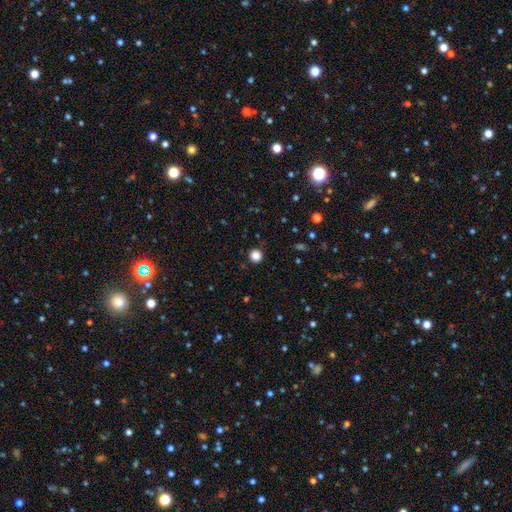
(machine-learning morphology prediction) Smooth or featured? smooth (85%)
How rounded? round (93%)
Merging? none (92%)